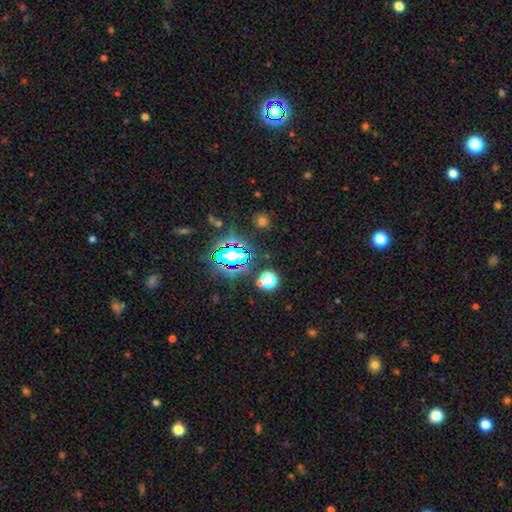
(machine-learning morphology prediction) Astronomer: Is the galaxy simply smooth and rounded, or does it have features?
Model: star or artifact — 78%.